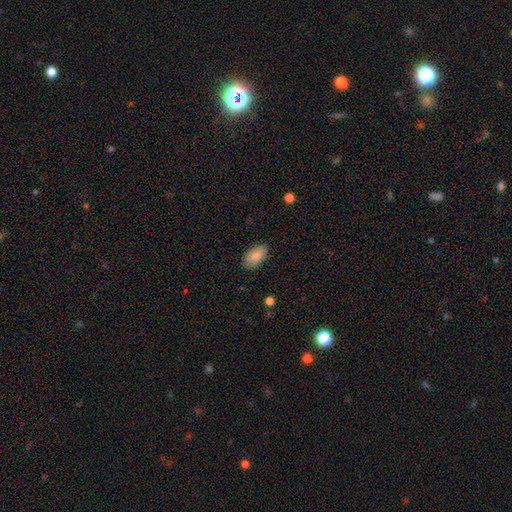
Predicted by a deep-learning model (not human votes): The model was most divided on "merging": none: 85%, minor disturbance: 12%, major disturbance: 2%, merger: 1%. More confident: how rounded — in between (94%); smooth or featured — smooth (87%).